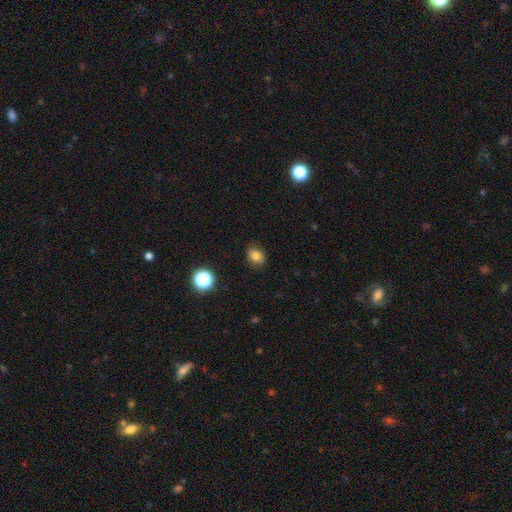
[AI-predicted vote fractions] smooth_or_featured: smooth (p=0.80) [alt: star or artifact p=0.13]
how_rounded: in between (p=0.53) [alt: round p=0.46]
merging: none (p=0.85) [alt: minor disturbance p=0.11]